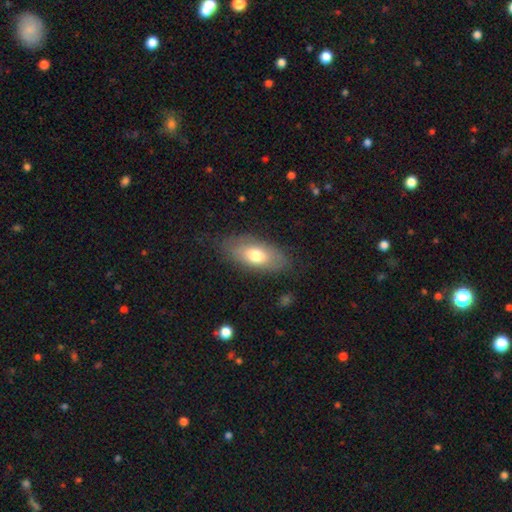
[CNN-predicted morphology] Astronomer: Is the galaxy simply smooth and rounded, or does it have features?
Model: smooth — 67%.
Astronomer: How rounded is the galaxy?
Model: in between — 88%.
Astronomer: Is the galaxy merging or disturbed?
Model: none — 76%.